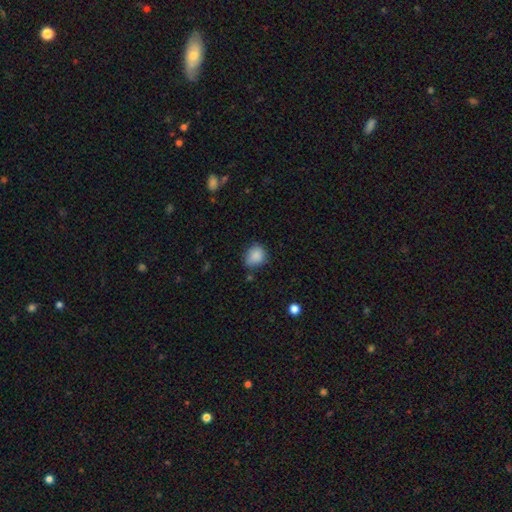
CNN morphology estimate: Smooth or featured? smooth (87%)
How rounded? round (65%)
Merging? none (67%)